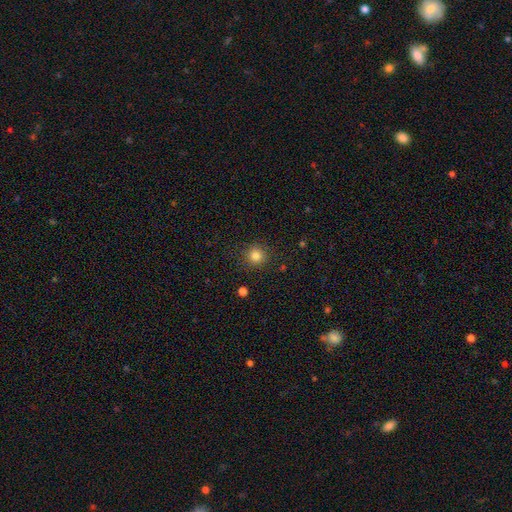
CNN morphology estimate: Smooth or featured: smooth — 83% (star or artifact — 13%)
How rounded: round — 94% (in between — 5%)
Merging: none — 90% (minor disturbance — 7%)